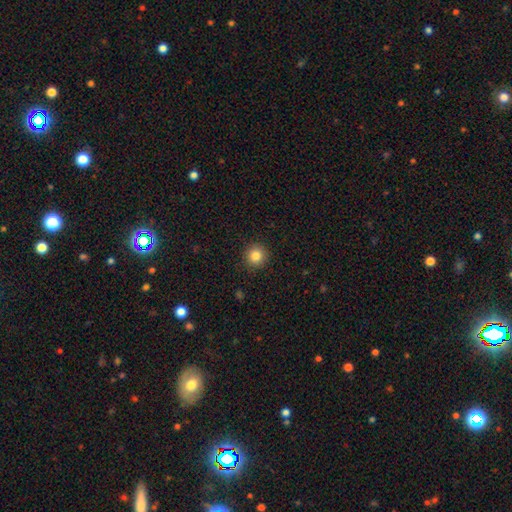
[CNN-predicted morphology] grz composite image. It shows a smooth galaxy with no disk features (84%) that is round (93%). Merging: none (92%).